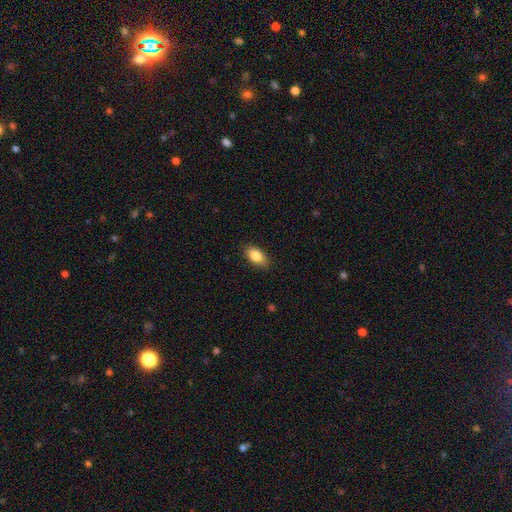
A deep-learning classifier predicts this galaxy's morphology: smooth 85%, featured or disk 8%, star or artifact 7%. Down the decision tree: how rounded — in between (91%); merging — none (86%).